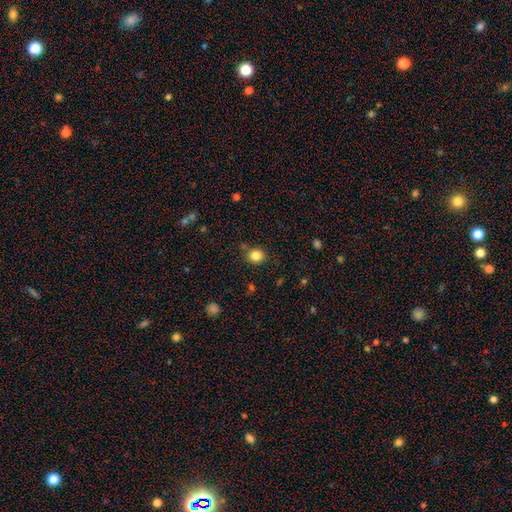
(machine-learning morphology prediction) A smooth galaxy with no disk features (83%) that is round (75%).

Vote fractions:
- Smooth or featured? smooth: 83% / star or artifact: 11% / featured or disk: 5%
- How rounded? round: 75% / in between: 24% / cigar-shaped: 1%
- Merging? none: 83% / minor disturbance: 11% / merger: 3% / major disturbance: 3%